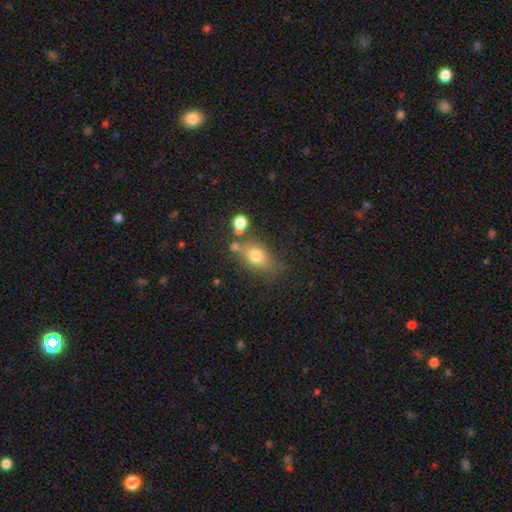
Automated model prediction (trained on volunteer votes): Smooth or featured: smooth — 74% (featured or disk — 13%)
How rounded: in between — 71% (round — 26%)
Merging: none — 61% (minor disturbance — 18%)